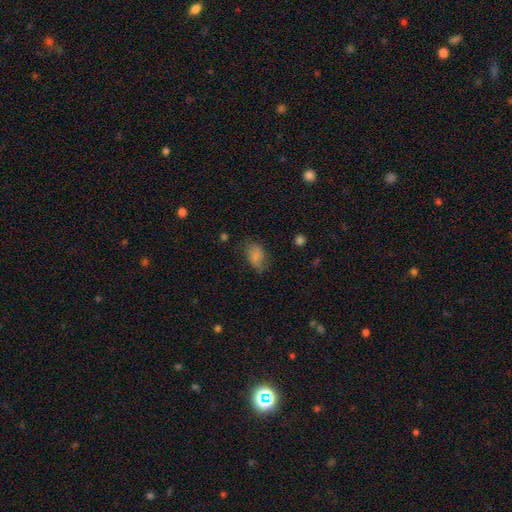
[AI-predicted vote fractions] This appears to be a smooth galaxy with no disk features (80%) that is in between round and cigar-shaped (89%). Merging: none (61%).